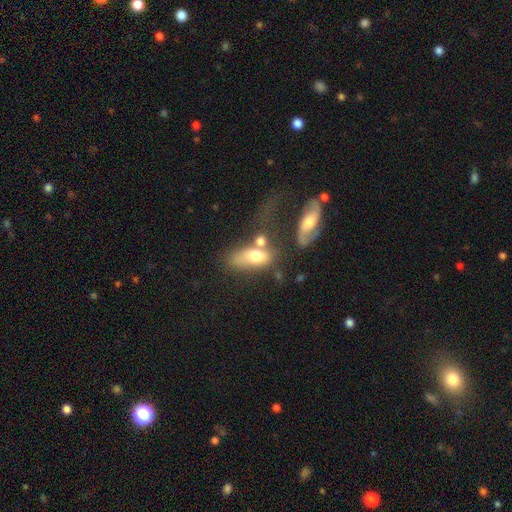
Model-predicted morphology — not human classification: smooth 64%, featured or disk 28%, star or artifact 8%. Down the decision tree: how rounded — in between (81%); merging — merger (45%).